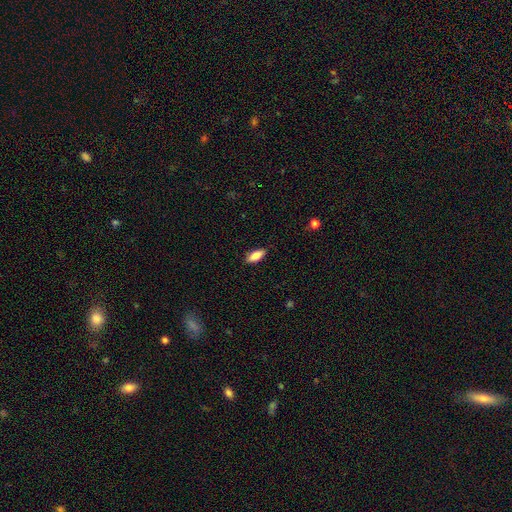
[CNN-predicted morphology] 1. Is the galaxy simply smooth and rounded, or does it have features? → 80% smooth, 13% featured or disk, 7% star or artifact.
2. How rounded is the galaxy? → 80% in between, 18% cigar-shaped, 2% round.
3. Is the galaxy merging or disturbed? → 86% none, 11% minor disturbance, 2% major disturbance, 1% merger.